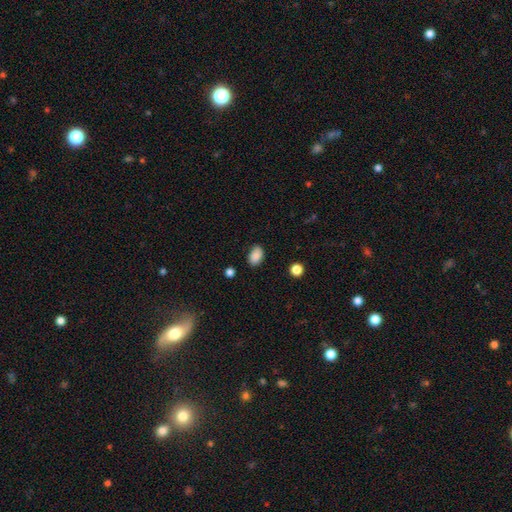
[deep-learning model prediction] This is clearly a smooth galaxy (88%). How rounded: clearly in between (87%). Merging: clearly none (84%).